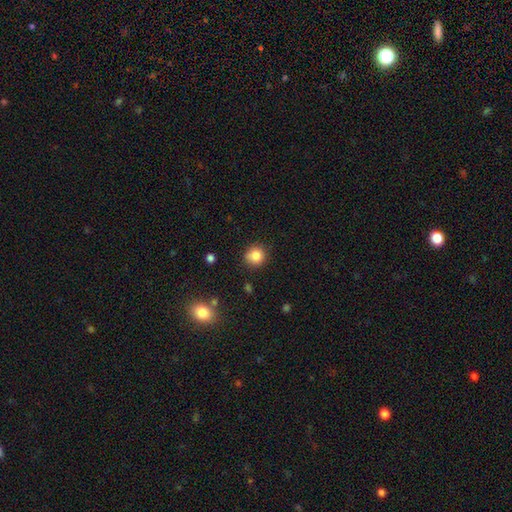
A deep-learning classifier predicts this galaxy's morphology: This is clearly a smooth galaxy (84%). How rounded: clearly round (88%). Merging: clearly none (85%).